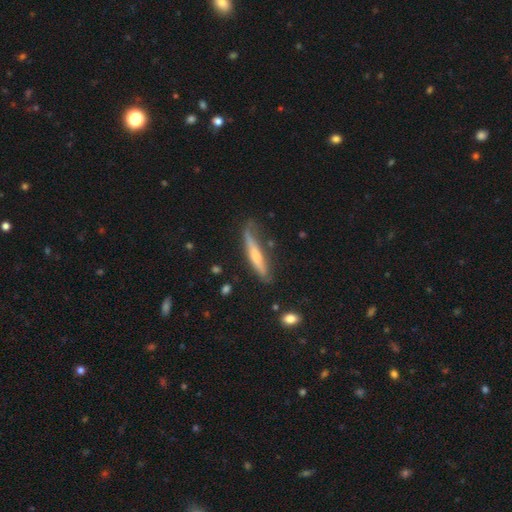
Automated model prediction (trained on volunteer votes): Overall: smooth (53%; featured or disk 41%). How rounded: cigar-shaped (91%). Merging: none (60%; minor disturbance 26%).